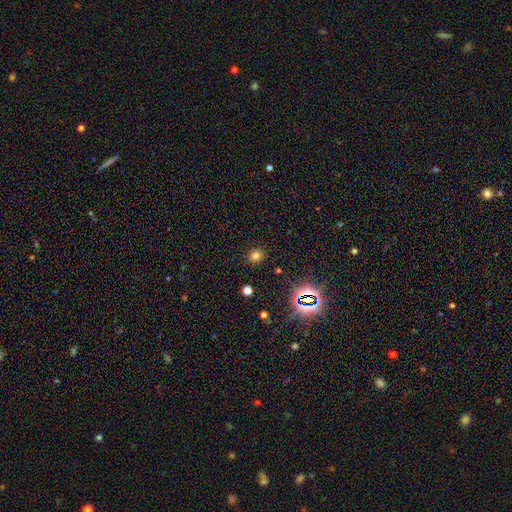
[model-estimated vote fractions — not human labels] smooth 71%, star or artifact 23%, featured or disk 6%. Down the decision tree: how rounded — round (83%); merging — none (89%).